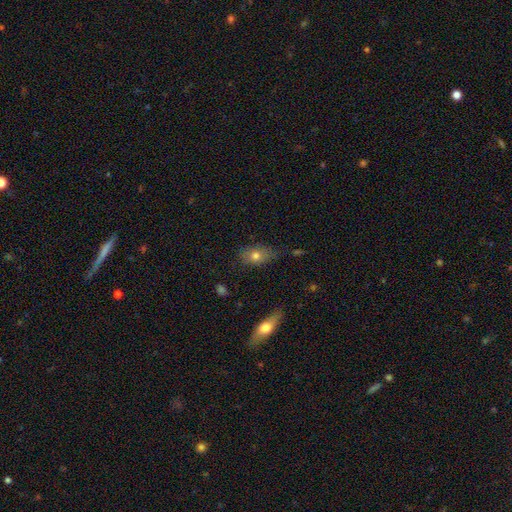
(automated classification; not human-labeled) Smooth or featured: smooth — 75% (featured or disk — 15%)
How rounded: in between — 75% (round — 22%)
Merging: none — 68% (minor disturbance — 23%)